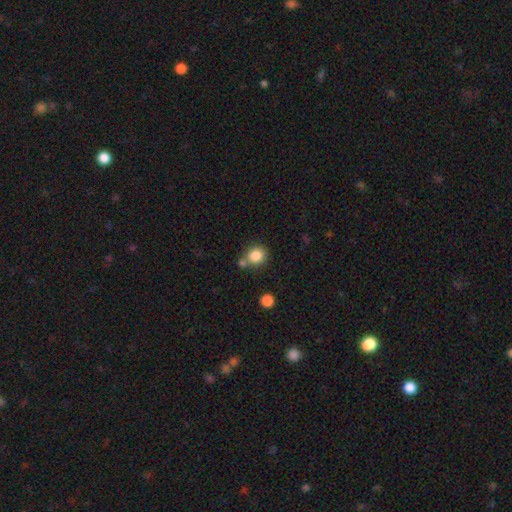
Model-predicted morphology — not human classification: This appears to be a smooth galaxy with no disk features (84%) that is round (81%). Merging: none (63%).